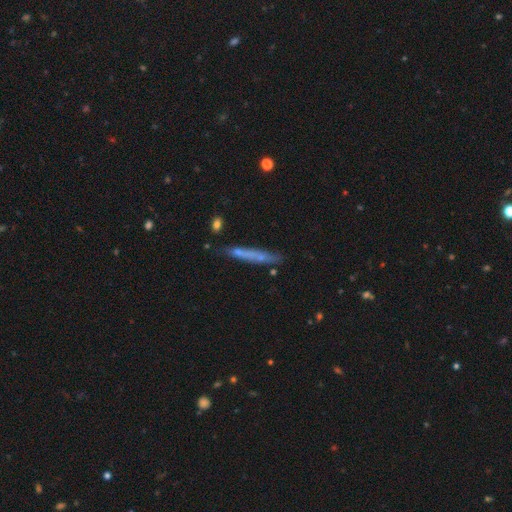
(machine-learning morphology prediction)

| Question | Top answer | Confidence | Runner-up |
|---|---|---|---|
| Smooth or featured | smooth | 52% | featured or disk (36%) |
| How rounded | cigar-shaped | 94% | in between (4%) |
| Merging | none | 79% | minor disturbance (14%) |